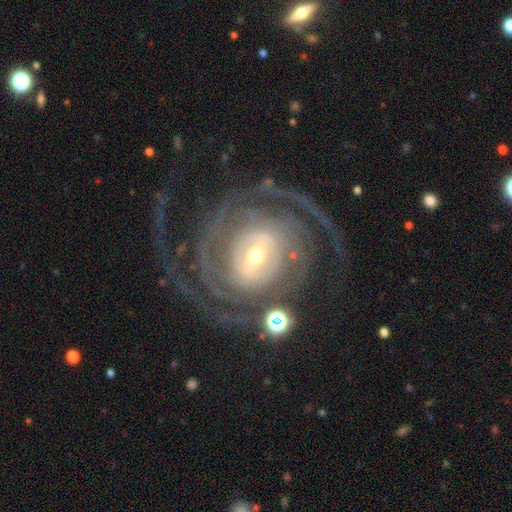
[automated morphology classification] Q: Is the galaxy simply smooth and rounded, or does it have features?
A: featured or disk — 89%.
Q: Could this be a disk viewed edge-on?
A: no — 97%.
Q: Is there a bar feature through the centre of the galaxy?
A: weak — 40%.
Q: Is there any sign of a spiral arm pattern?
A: yes — 95%.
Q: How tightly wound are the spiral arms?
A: tight — 62%.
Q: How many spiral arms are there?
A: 2 — 33%.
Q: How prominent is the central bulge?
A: small — 58%.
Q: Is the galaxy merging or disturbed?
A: none — 67%.